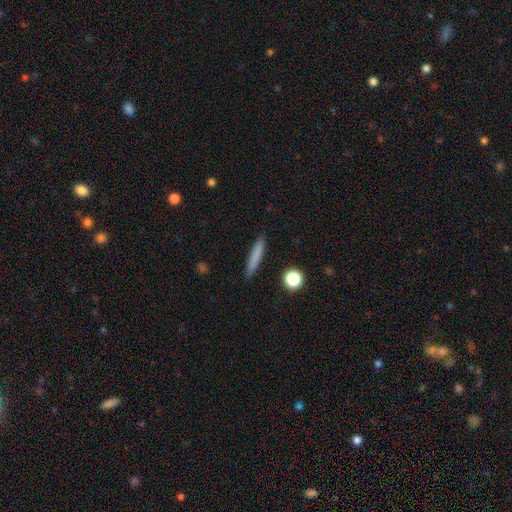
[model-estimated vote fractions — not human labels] Smooth or featured?
  - smooth: 77% *
  - featured or disk: 15%
  - star or artifact: 8%
How rounded?
  - cigar-shaped: 93% *
  - in between: 6%
  - round: 2%
Merging?
  - none: 89% *
  - minor disturbance: 8%
  - major disturbance: 2%
  - merger: 1%